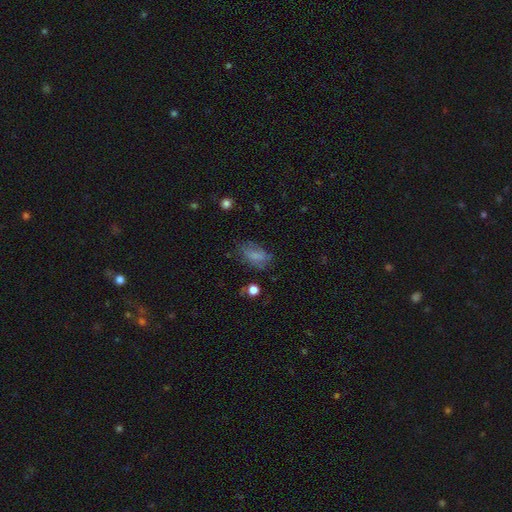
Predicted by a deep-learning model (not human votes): This is likely a smooth galaxy (66%). How rounded: clearly in between (88%). Merging: possibly none (55%).